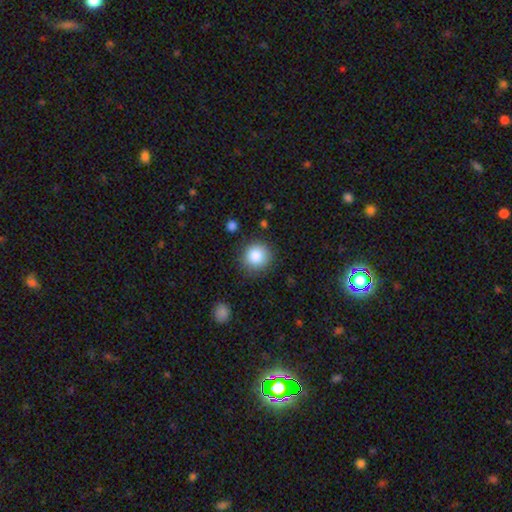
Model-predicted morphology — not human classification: smooth-or-featured: smooth: 84% | star or artifact: 10% | featured or disk: 7%
  how-rounded: round: 90% | in between: 9% | cigar-shaped: 1%
  merging: none: 87% | minor disturbance: 9% | major disturbance: 3% | merger: 2%